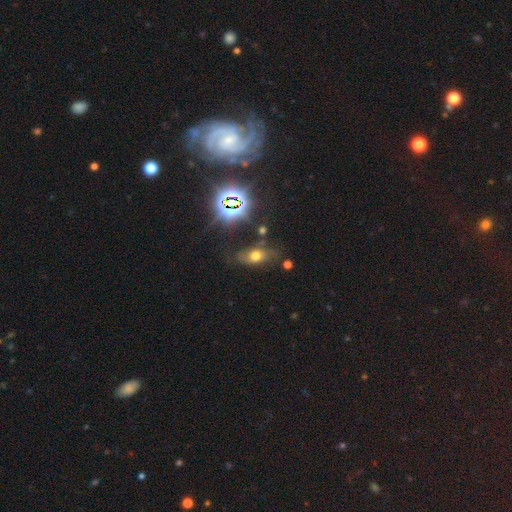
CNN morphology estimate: This is possibly a smooth galaxy (52%). How rounded: clearly in between (80%). Merging: likely none (64%).